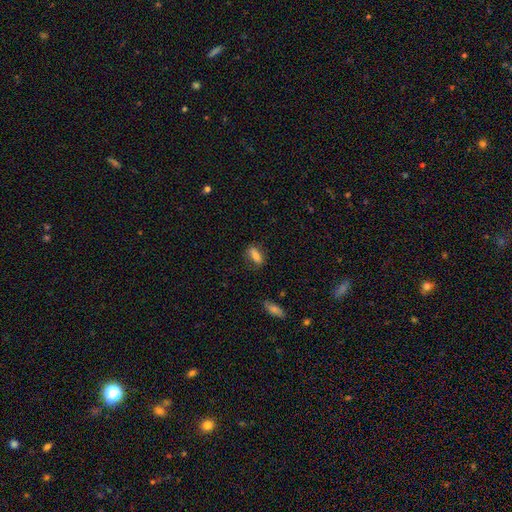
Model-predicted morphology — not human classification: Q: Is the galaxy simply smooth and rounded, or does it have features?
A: smooth — 76%.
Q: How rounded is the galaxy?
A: in between — 69%.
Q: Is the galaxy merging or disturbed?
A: none — 76%.